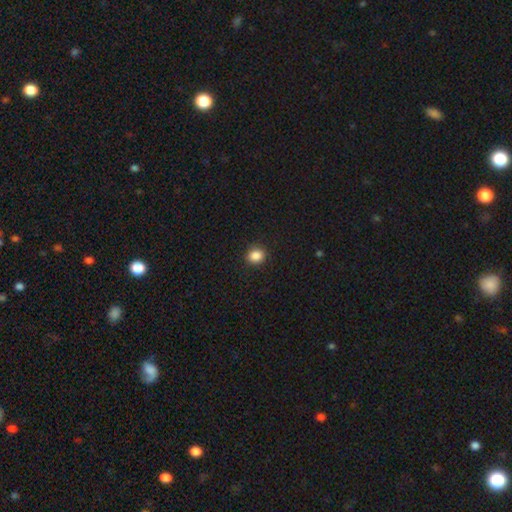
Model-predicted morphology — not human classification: Smooth or featured? smooth (87%)
How rounded? round (73%)
Merging? none (91%)